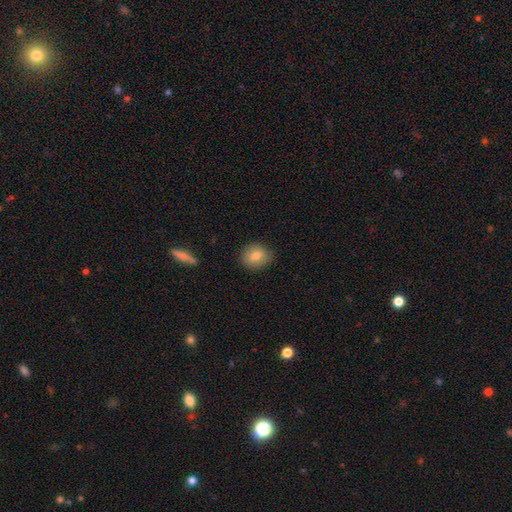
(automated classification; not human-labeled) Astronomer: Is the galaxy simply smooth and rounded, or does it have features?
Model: smooth — 78%.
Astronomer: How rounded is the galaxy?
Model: round — 67%.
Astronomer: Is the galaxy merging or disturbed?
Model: none — 86%.